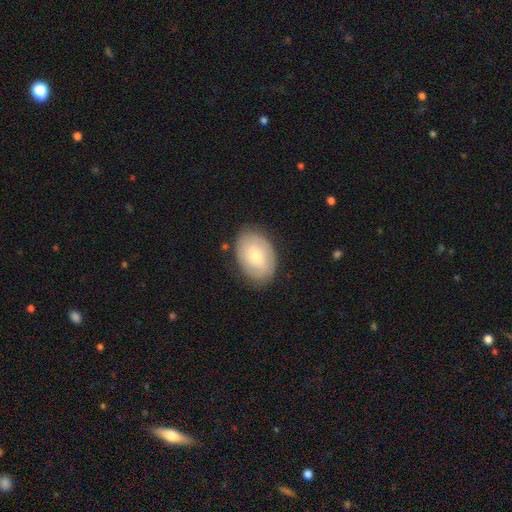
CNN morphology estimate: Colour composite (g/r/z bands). It shows a smooth galaxy with no disk features (57%) that is in between round and cigar-shaped (83%). Merging: none (81%).